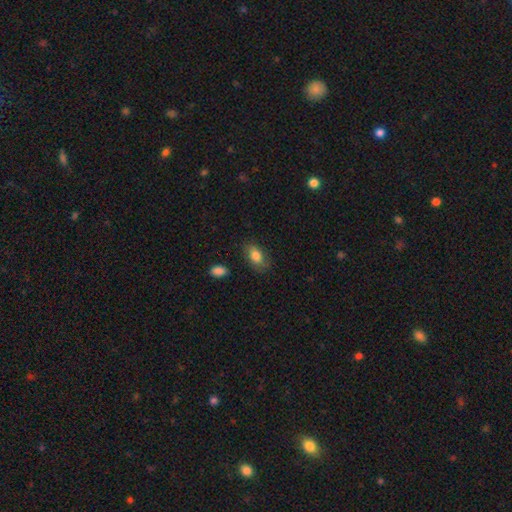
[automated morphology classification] Smooth or featured? Predicted: smooth (p=0.80). How rounded? Predicted: in between (p=0.88). Merging? Predicted: none (p=0.76).